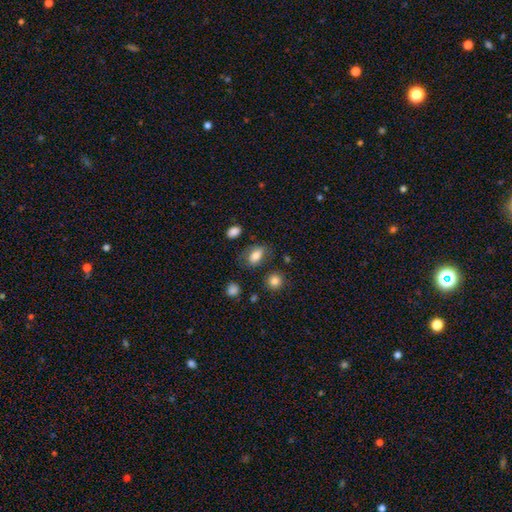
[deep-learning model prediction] This is likely a smooth galaxy (76%). How rounded: clearly in between (85%). Merging: likely none (71%).